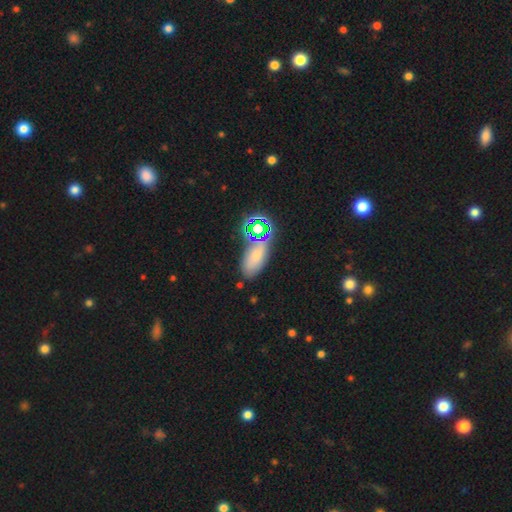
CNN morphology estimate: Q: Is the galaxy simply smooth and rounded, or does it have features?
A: smooth — 55%.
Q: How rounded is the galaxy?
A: in between — 84%.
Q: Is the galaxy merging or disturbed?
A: none — 63%.